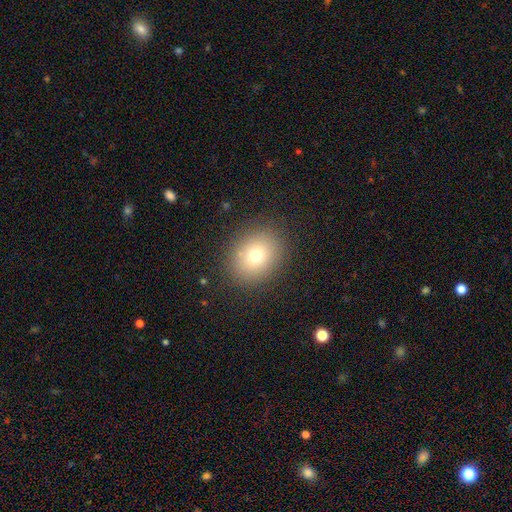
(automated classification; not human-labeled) A smooth galaxy with no disk features (73%) that is round (60%).

Vote fractions:
- Smooth or featured? smooth: 73% / star or artifact: 14% / featured or disk: 12%
- How rounded? round: 60% / in between: 40% / cigar-shaped: 1%
- Merging? none: 87% / minor disturbance: 8% / major disturbance: 4% / merger: 1%